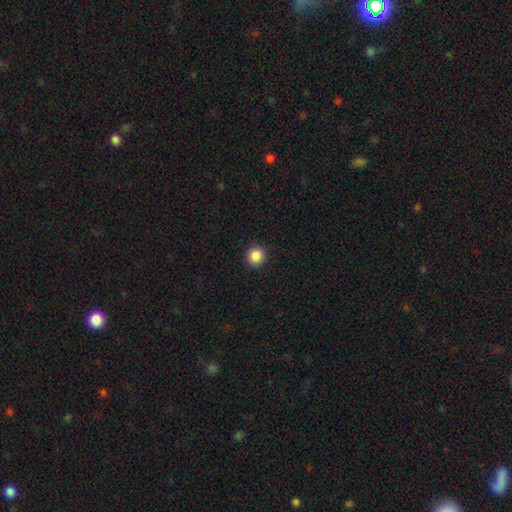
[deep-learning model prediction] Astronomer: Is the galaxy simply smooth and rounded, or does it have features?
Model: smooth — 87%.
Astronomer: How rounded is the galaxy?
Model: round — 93%.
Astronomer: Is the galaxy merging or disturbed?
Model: none — 93%.